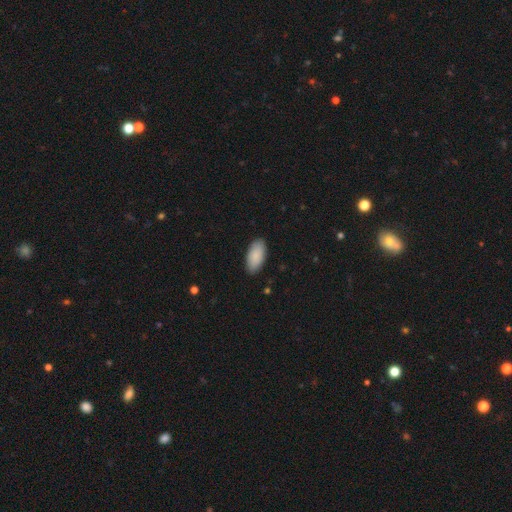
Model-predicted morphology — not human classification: Q: Smooth or featured?
A: smooth (89%); runner-up: star or artifact (6%)
Q: How rounded?
A: in between (93%); runner-up: cigar-shaped (5%)
Q: Merging?
A: none (88%); runner-up: minor disturbance (9%)